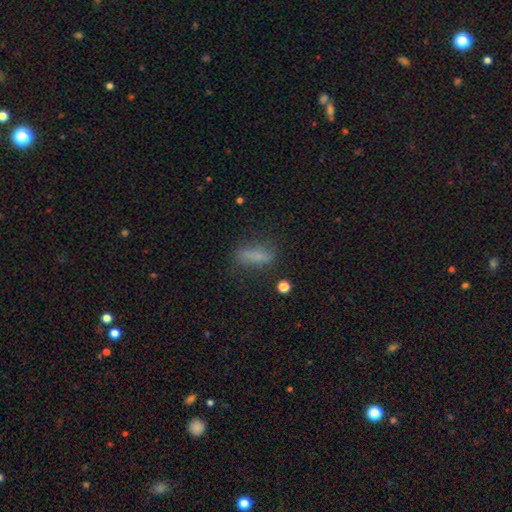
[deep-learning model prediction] A smooth galaxy with no disk features (71%) that is in between round and cigar-shaped (51%).

Vote fractions:
- Smooth or featured? smooth: 71% / featured or disk: 17% / star or artifact: 12%
- How rounded? in between: 51% / cigar-shaped: 45% / round: 4%
- Merging? none: 70% / minor disturbance: 19% / major disturbance: 8% / merger: 3%